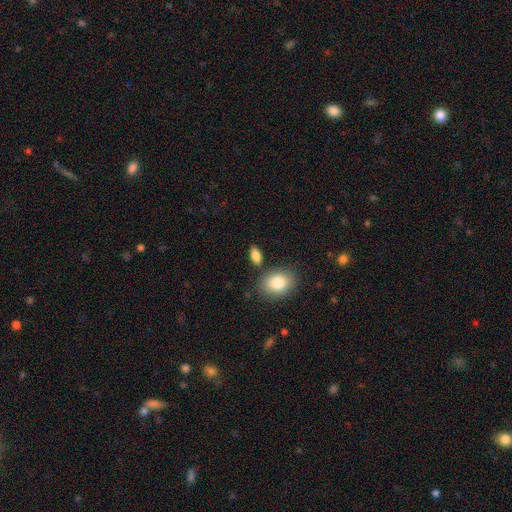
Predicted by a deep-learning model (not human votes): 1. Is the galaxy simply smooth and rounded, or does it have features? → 85% smooth, 8% star or artifact, 7% featured or disk.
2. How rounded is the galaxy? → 84% in between, 10% round, 6% cigar-shaped.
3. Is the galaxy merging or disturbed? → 78% none, 11% minor disturbance, 7% merger, 3% major disturbance.